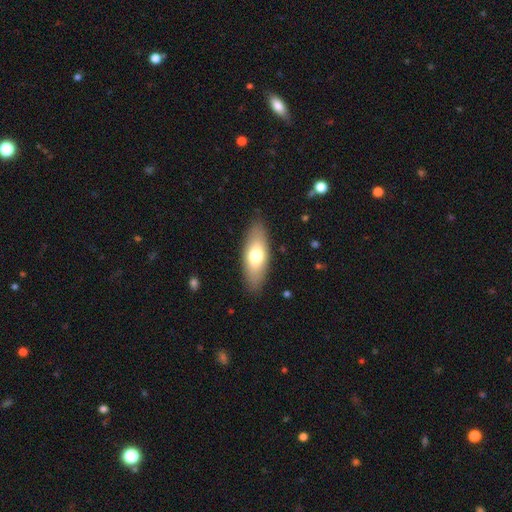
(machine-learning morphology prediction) A smooth galaxy with no disk features (68%) that is in between round and cigar-shaped (75%).

Vote fractions:
- Smooth or featured? smooth: 68% / featured or disk: 26% / star or artifact: 6%
- How rounded? in between: 75% / cigar-shaped: 22% / round: 3%
- Merging? none: 86% / minor disturbance: 10% / major disturbance: 3% / merger: 1%